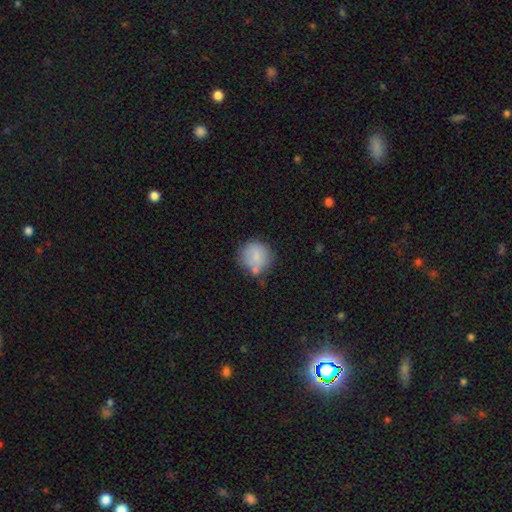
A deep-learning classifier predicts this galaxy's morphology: Smooth or featured: smooth — 78% (featured or disk — 14%)
How rounded: round — 88% (in between — 11%)
Merging: none — 57% (minor disturbance — 22%)